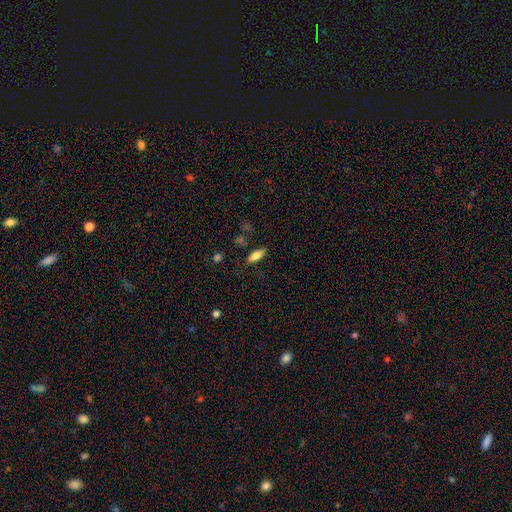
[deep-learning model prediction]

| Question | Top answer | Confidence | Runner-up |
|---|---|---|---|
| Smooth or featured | smooth | 75% | featured or disk (18%) |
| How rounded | in between | 70% | cigar-shaped (27%) |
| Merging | none | 81% | minor disturbance (13%) |